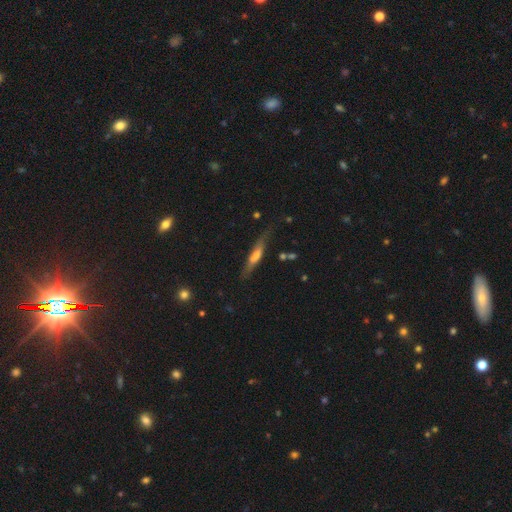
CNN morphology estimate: This appears to be a featured or disk galaxy (51%) viewed edge-on (85%). Merging: none (72%).